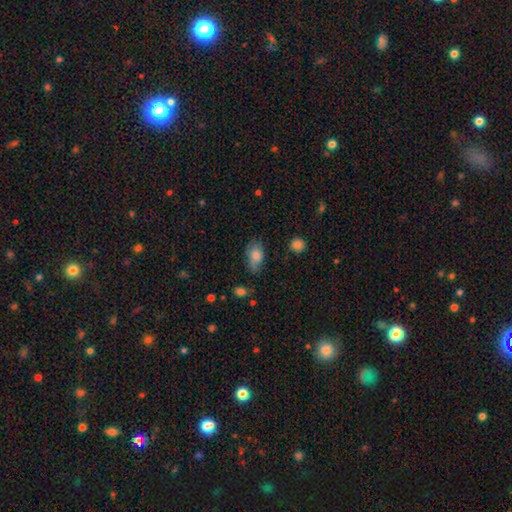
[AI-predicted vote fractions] This appears to be a smooth galaxy with no disk features (77%) that is in between round and cigar-shaped (87%). Merging: none (55%).